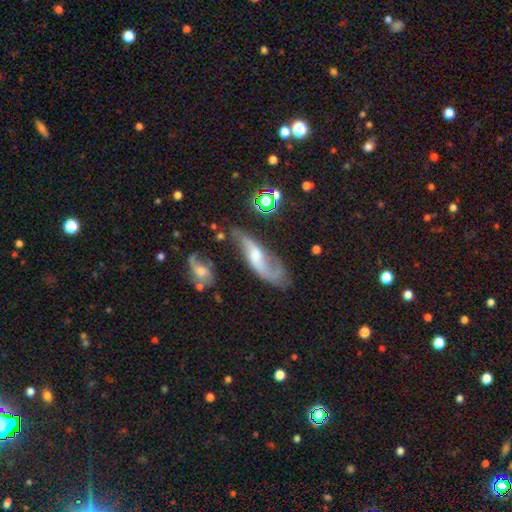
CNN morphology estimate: This is likely a featured or disk galaxy (74%). It is clearly not viewed edge-on (84%). Bar: marginally no (44%). Spiral arm pattern: clearly yes (91%). Spiral arm count: clearly 2 (82%). Spiral winding: likely loose (71%). Central bulge: possibly moderate (49%). Merging: possibly none (51%).